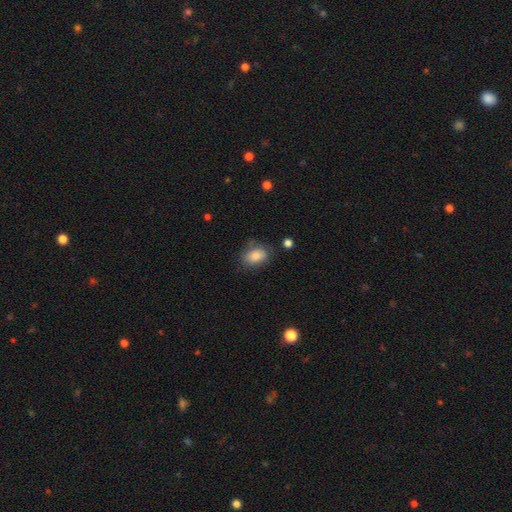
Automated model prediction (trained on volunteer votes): A smooth galaxy with no disk features (84%) that is in between round and cigar-shaped (80%). Merging: none (65%).